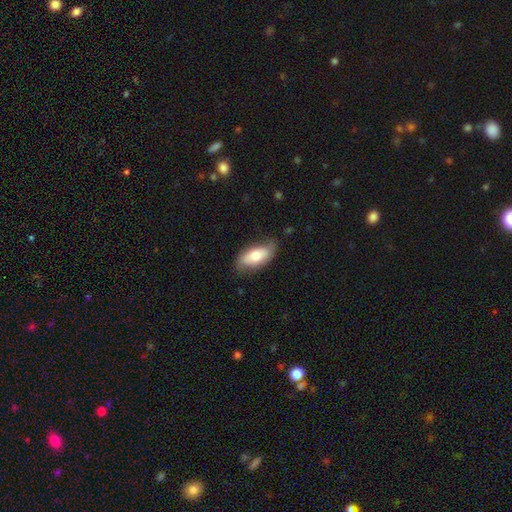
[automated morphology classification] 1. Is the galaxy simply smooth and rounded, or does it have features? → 71% smooth, 23% featured or disk, 6% star or artifact.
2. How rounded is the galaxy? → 88% in between, 9% cigar-shaped, 3% round.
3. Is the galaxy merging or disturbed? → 72% none, 22% minor disturbance, 4% major disturbance, 1% merger.